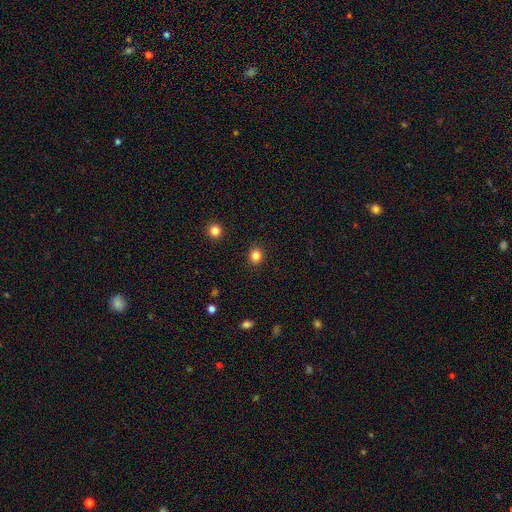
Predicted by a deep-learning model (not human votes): smooth-or-featured: smooth: 84% | star or artifact: 12% | featured or disk: 4%
  how-rounded: round: 79% | in between: 20% | cigar-shaped: 1%
  merging: none: 91% | minor disturbance: 6% | major disturbance: 2% | merger: 1%